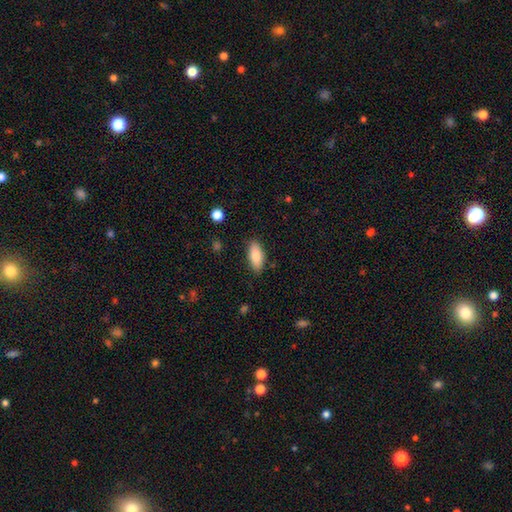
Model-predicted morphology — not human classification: Smooth or featured? smooth (85%)
How rounded? in between (83%)
Merging? none (86%)